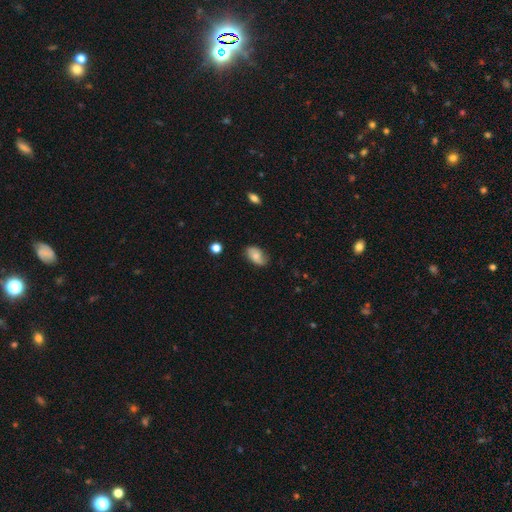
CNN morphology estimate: type=smooth (67%); roundness=in between (91%); merging=none (69%).